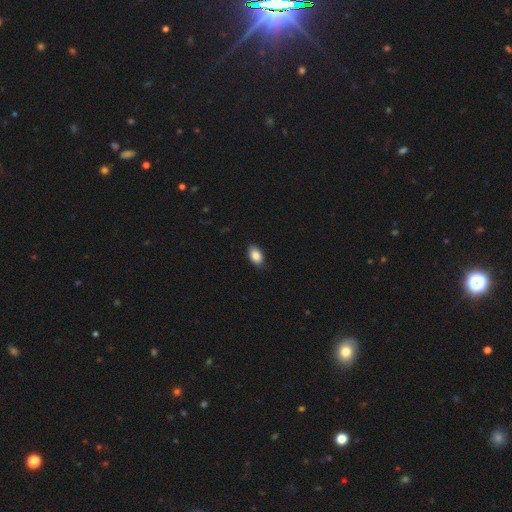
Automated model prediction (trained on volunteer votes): Q: Smooth or featured?
A: smooth (87%); runner-up: star or artifact (7%)
Q: How rounded?
A: in between (91%); runner-up: round (7%)
Q: Merging?
A: none (86%); runner-up: minor disturbance (11%)